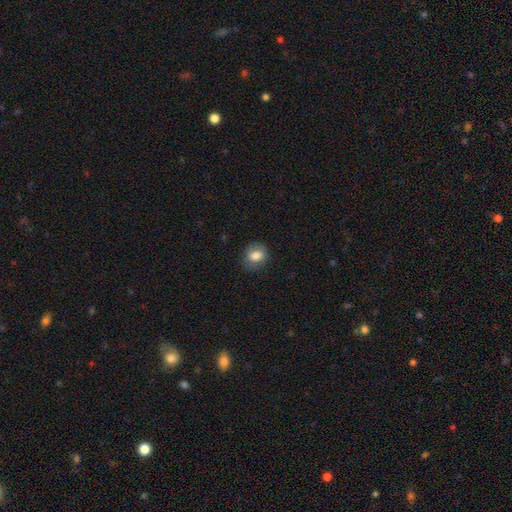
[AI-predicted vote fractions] Smooth or featured?
  - smooth: 79% *
  - featured or disk: 12%
  - star or artifact: 9%
How rounded?
  - round: 54% *
  - in between: 45%
  - cigar-shaped: 1%
Merging?
  - none: 78% *
  - minor disturbance: 16%
  - major disturbance: 5%
  - merger: 1%